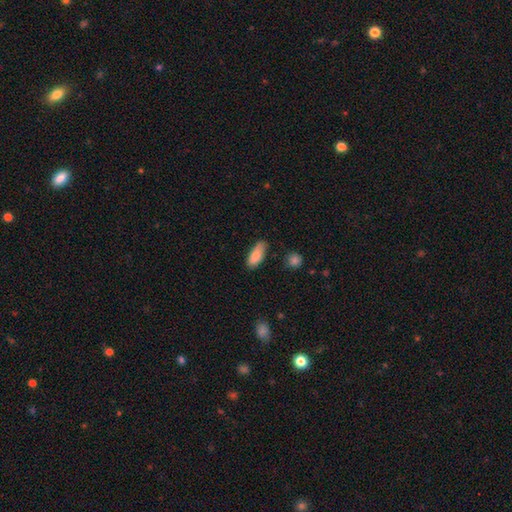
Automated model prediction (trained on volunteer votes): A smooth galaxy with no disk features (85%) that is in between round and cigar-shaped (78%). Merging: none (72%).